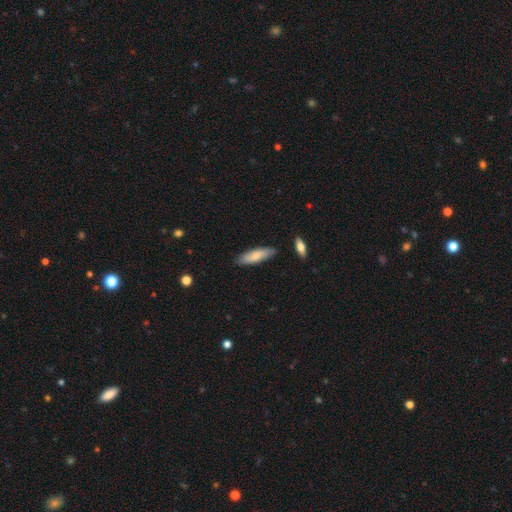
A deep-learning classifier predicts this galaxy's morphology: The model was most divided on "how rounded": cigar-shaped: 58%, in between: 40%, round: 2%. More confident: merging — none (84%); smooth or featured — smooth (78%).